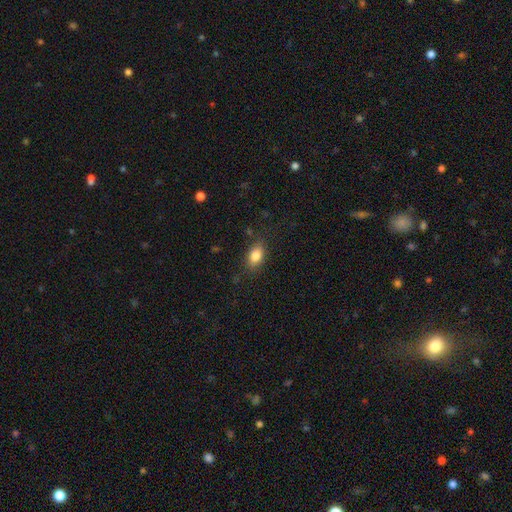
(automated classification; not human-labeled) Smooth or featured?
  - smooth: 83% *
  - star or artifact: 9%
  - featured or disk: 8%
How rounded?
  - in between: 84% *
  - round: 12%
  - cigar-shaped: 4%
Merging?
  - none: 81% *
  - minor disturbance: 14%
  - major disturbance: 4%
  - merger: 1%